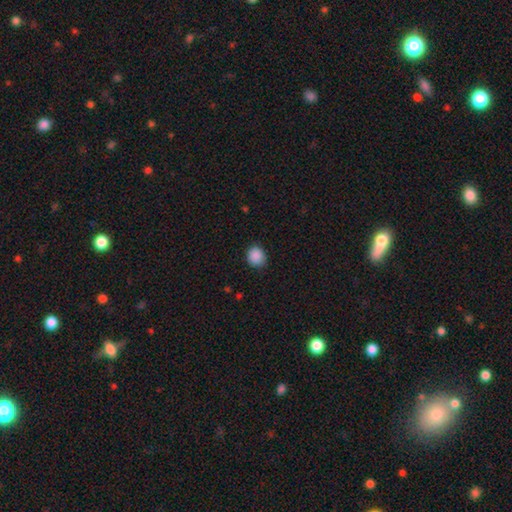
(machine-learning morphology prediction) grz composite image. It shows a smooth galaxy with no disk features (89%) that is round (81%). Merging: none (87%).